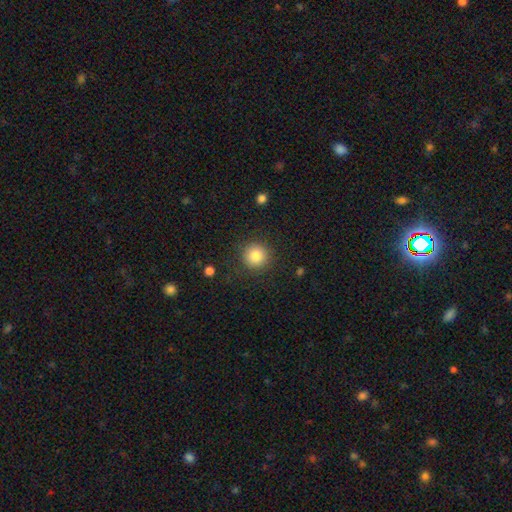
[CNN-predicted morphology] Smooth or featured? Predicted: smooth (p=0.83). How rounded? Predicted: round (p=0.94). Merging? Predicted: none (p=0.88).